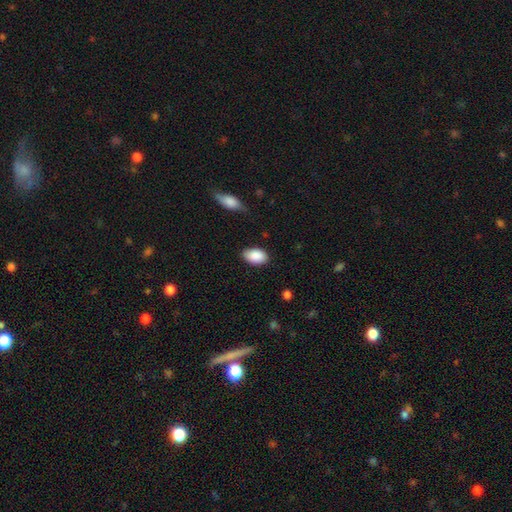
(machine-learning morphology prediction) type=smooth (89%); roundness=in between (91%); merging=none (83%).